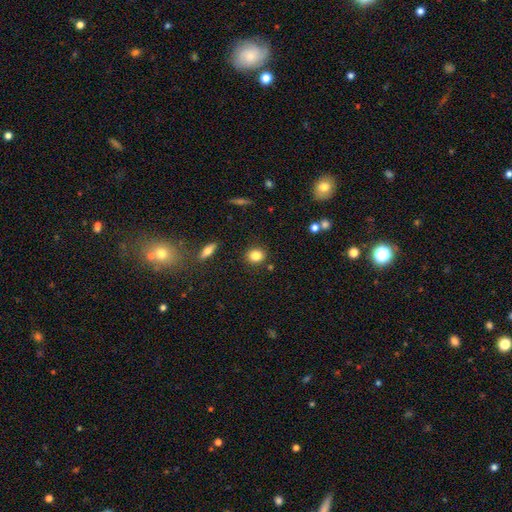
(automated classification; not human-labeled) A smooth galaxy with no disk features (83%) that is round (76%). Merging: none (87%).